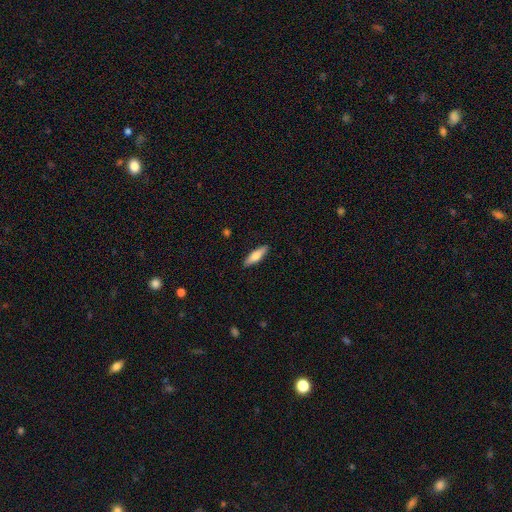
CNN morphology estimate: The model was most divided on "how rounded": cigar-shaped: 59%, in between: 39%, round: 2%. More confident: merging — none (89%); smooth or featured — smooth (69%).